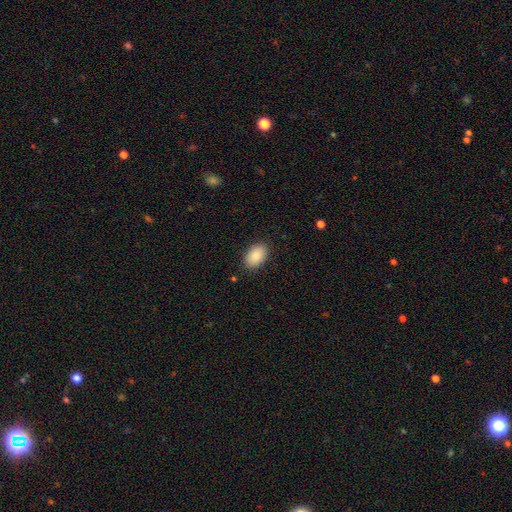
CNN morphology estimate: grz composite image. It shows a smooth galaxy with no disk features (90%) that is in between round and cigar-shaped (90%). Merging: none (88%).